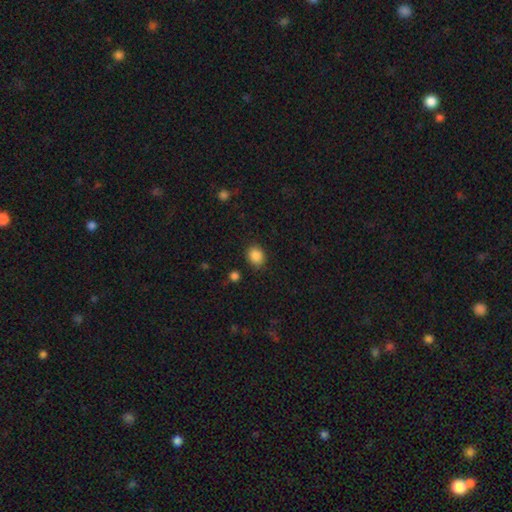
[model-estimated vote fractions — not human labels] Smooth or featured?
  - smooth: 87% *
  - star or artifact: 9%
  - featured or disk: 4%
How rounded?
  - round: 53% *
  - in between: 46%
  - cigar-shaped: 1%
Merging?
  - none: 86% *
  - minor disturbance: 9%
  - major disturbance: 3%
  - merger: 2%